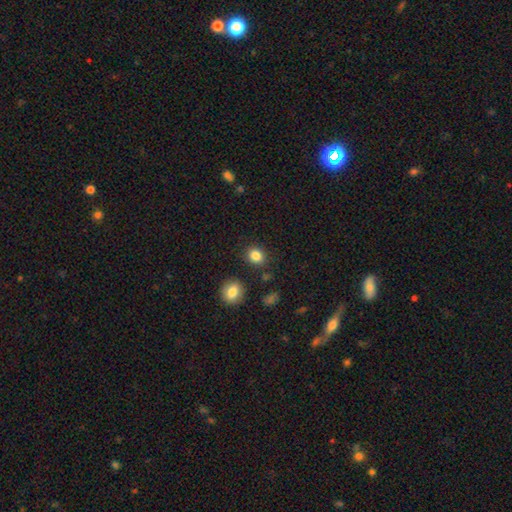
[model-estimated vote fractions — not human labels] The model was most divided on "how rounded": round: 66%, in between: 33%, cigar-shaped: 1%. More confident: merging — none (85%); smooth or featured — smooth (85%).